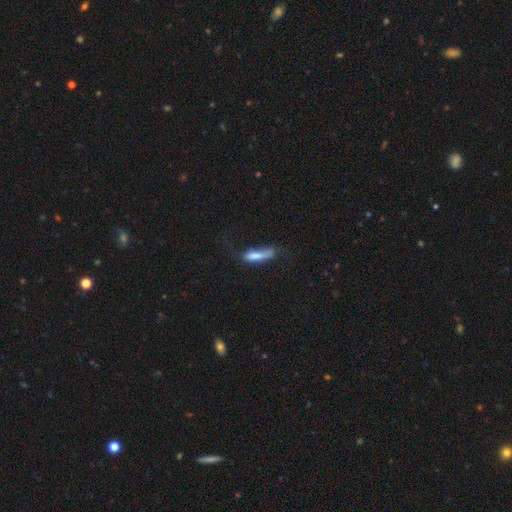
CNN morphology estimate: smooth 70%, featured or disk 21%, star or artifact 8%. Down the decision tree: how rounded — cigar-shaped (74%); merging — none (37%).